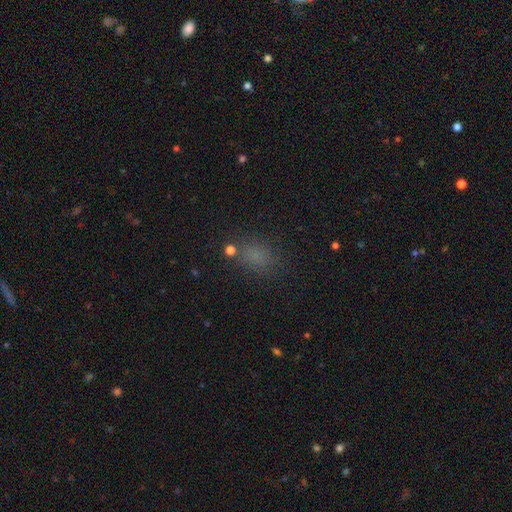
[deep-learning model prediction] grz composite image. It shows a smooth galaxy with no disk features (71%) that is in between round and cigar-shaped (65%). Merging: none (76%).